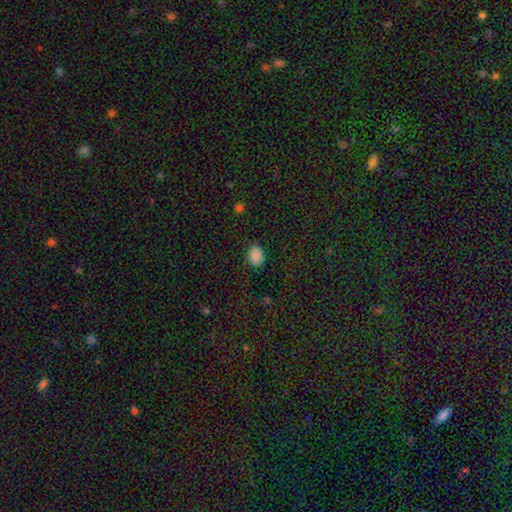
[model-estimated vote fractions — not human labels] smooth 86%, star or artifact 10%, featured or disk 4%. Down the decision tree: how rounded — in between (62%); merging — none (85%).